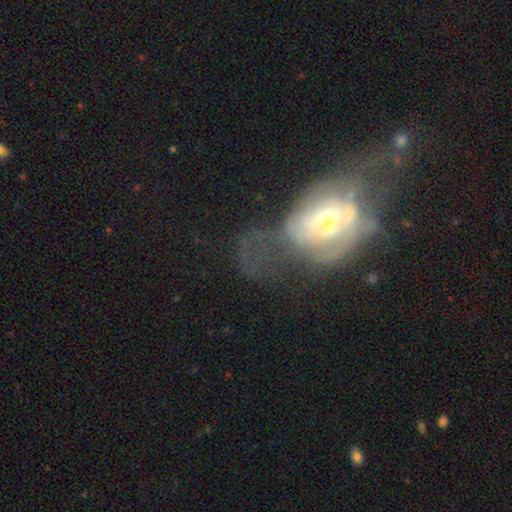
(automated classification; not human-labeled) featured or disk 63%, smooth 23%, star or artifact 15%. Down the decision tree: edge-on disk — no (91%); bar — no (71%); spiral arms — no (58%); bulge size — moderate (60%); merging — major disturbance (49%).